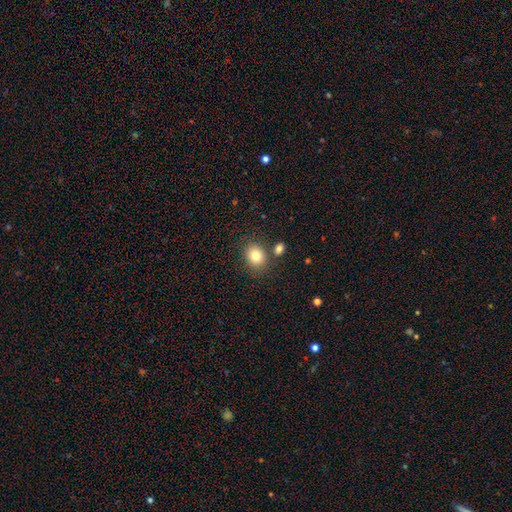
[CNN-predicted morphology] This appears to be a smooth galaxy with no disk features (82%) that is round (58%). Merging: none (76%).